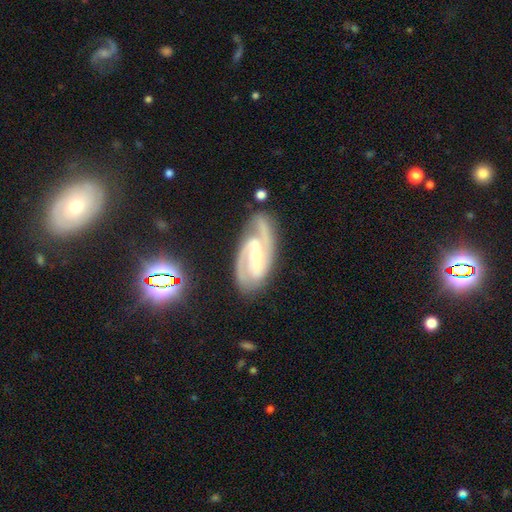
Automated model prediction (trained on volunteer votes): smooth_or_featured: featured or disk (p=0.91) [alt: star or artifact p=0.05]
disk_edge_on: no (p=0.96) [alt: yes p=0.04]
bar: strong (p=0.55) [alt: weak p=0.33]
has_spiral_arms: yes (p=0.98) [alt: no p=0.02]
spiral_winding: medium (p=0.52) [alt: tight p=0.39]
spiral_arm_count: 2 (p=0.89) [alt: 3 p=0.04]
bulge_size: small (p=0.54) [alt: moderate p=0.40]
merging: none (p=0.80) [alt: minor disturbance p=0.14]